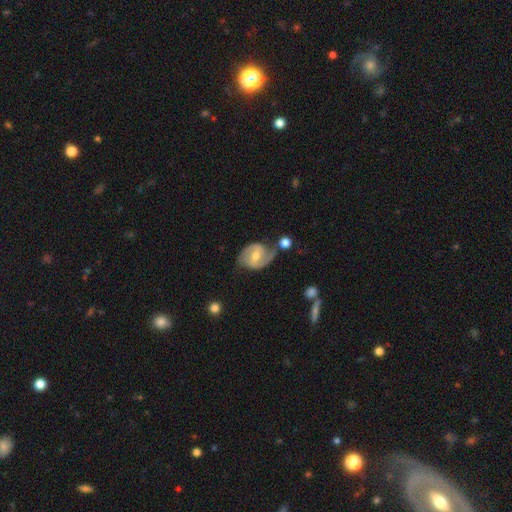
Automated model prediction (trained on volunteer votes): This appears to be a featured or disk galaxy (82%) with a weak bar (51%), 2 (86%) medium (49%) spiral arms (93%) and a moderate central bulge (63%). Merging: none (63%).